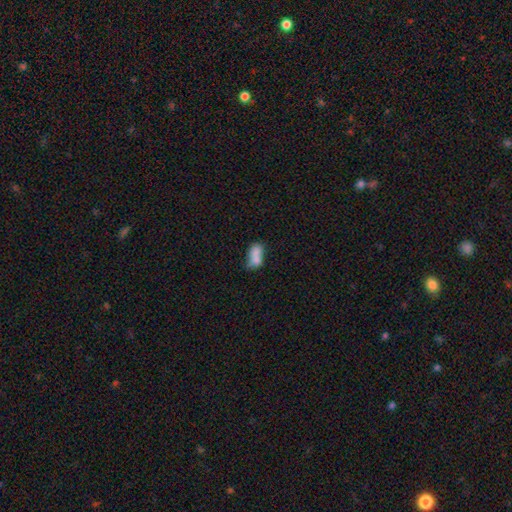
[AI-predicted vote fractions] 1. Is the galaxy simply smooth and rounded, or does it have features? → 73% smooth, 17% featured or disk, 10% star or artifact.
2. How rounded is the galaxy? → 85% in between, 8% round, 7% cigar-shaped.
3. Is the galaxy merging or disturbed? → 36% merger, 30% none, 22% minor disturbance, 12% major disturbance.